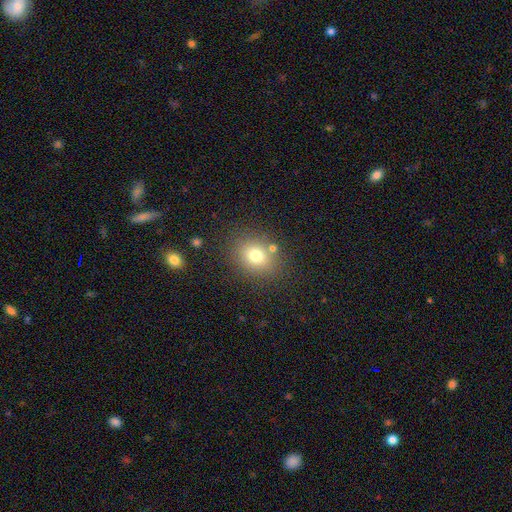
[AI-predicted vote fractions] Smooth or featured? Predicted: smooth (p=0.75). How rounded? Predicted: round (p=0.61). Merging? Predicted: none (p=0.78).